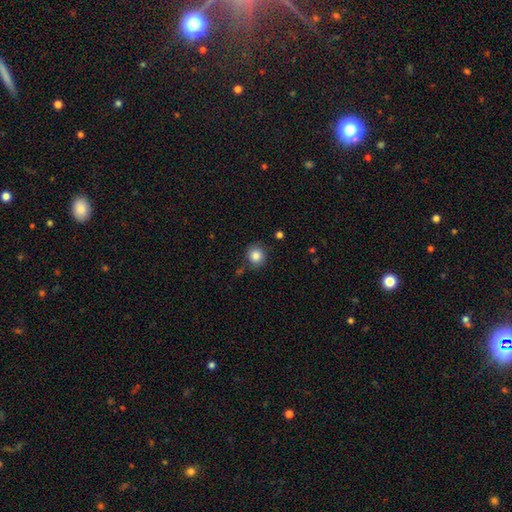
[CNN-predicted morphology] smooth-or-featured: smooth: 85% | star or artifact: 10% | featured or disk: 5%
  how-rounded: round: 90% | in between: 9% | cigar-shaped: 1%
  merging: none: 82% | minor disturbance: 11% | merger: 3% | major disturbance: 3%